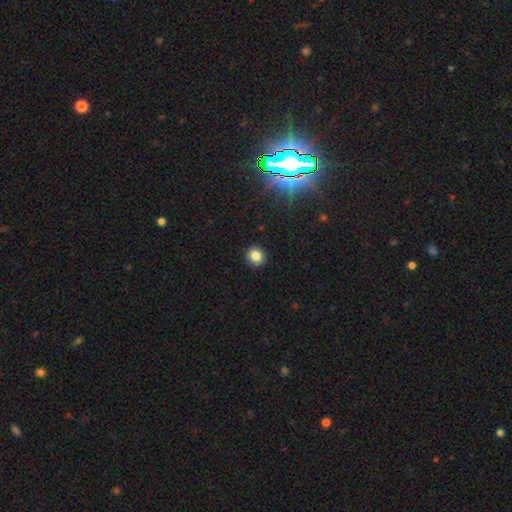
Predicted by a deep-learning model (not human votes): A smooth galaxy with no disk features (82%) that is round (88%).

Vote fractions:
- Smooth or featured? smooth: 82% / star or artifact: 13% / featured or disk: 5%
- How rounded? round: 88% / in between: 11% / cigar-shaped: 1%
- Merging? none: 92% / minor disturbance: 6% / major disturbance: 2% / merger: 1%